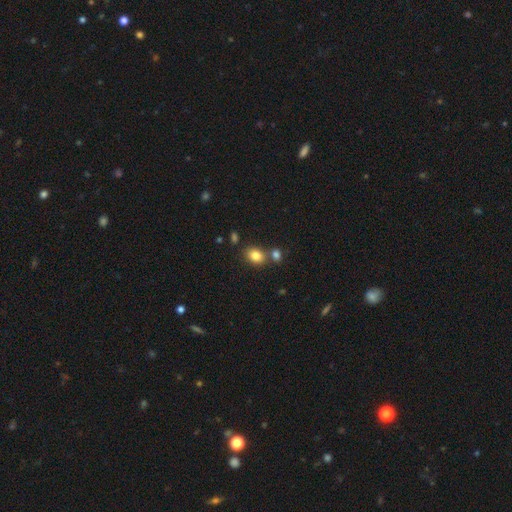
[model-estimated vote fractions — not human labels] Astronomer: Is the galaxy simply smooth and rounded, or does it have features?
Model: smooth — 82%.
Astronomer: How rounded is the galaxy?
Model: in between — 64%.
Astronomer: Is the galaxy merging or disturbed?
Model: none — 63%.